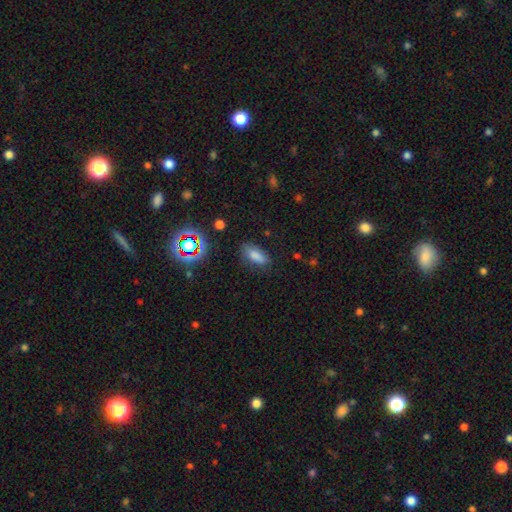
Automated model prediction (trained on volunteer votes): smooth_or_featured: smooth (p=0.79) [alt: star or artifact p=0.13]
how_rounded: in between (p=0.81) [alt: cigar-shaped p=0.15]
merging: none (p=0.76) [alt: minor disturbance p=0.17]